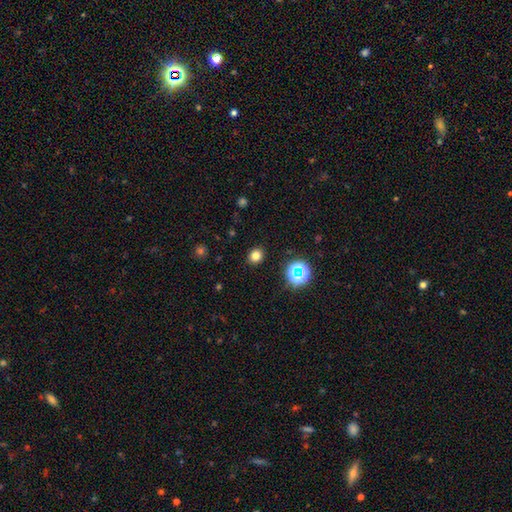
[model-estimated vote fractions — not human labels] Smooth or featured?
  - smooth: 76% *
  - star or artifact: 18%
  - featured or disk: 6%
How rounded?
  - round: 67% *
  - in between: 32%
  - cigar-shaped: 1%
Merging?
  - none: 90% *
  - minor disturbance: 7%
  - major disturbance: 2%
  - merger: 1%